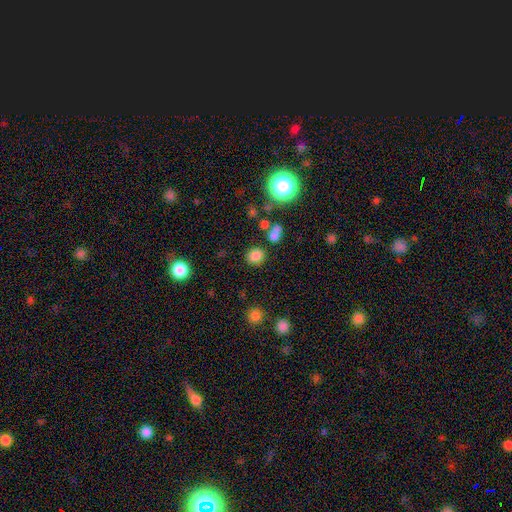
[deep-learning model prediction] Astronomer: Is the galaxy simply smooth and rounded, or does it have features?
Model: smooth — 80%.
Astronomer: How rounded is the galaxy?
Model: round — 77%.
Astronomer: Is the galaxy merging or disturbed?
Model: none — 80%.